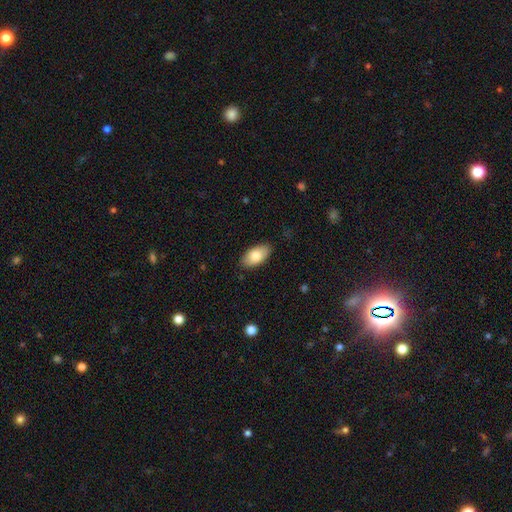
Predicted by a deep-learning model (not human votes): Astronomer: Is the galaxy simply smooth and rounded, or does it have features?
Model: smooth — 82%.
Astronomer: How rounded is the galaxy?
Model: in between — 94%.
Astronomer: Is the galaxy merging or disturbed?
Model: none — 86%.